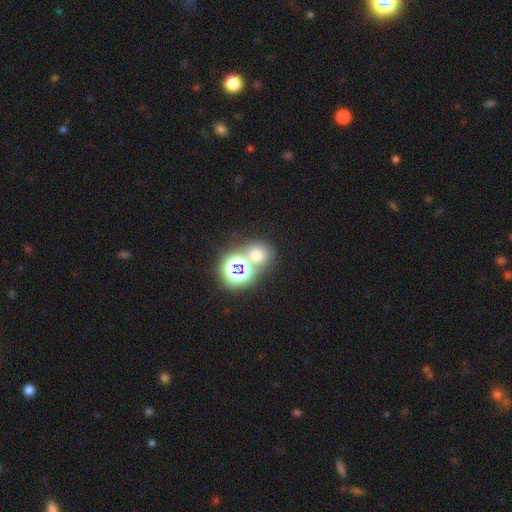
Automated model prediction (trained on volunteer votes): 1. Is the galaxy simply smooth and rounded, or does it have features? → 52% smooth, 38% star or artifact, 10% featured or disk.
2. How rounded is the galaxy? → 80% round, 19% in between, 1% cigar-shaped.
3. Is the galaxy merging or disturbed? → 57% none, 31% merger, 8% minor disturbance, 4% major disturbance.